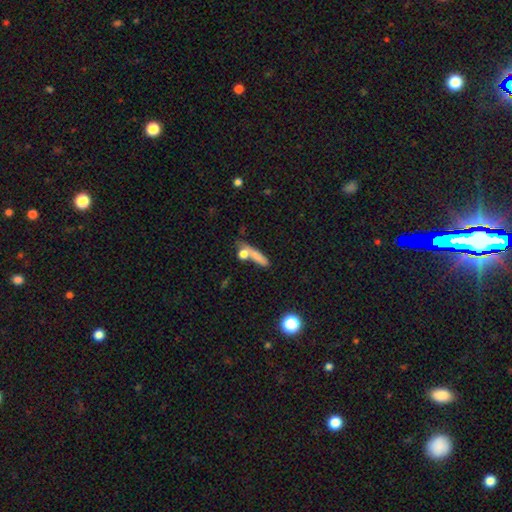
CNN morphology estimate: type=smooth (72%); roundness=cigar-shaped (64%); merging=none (50%).